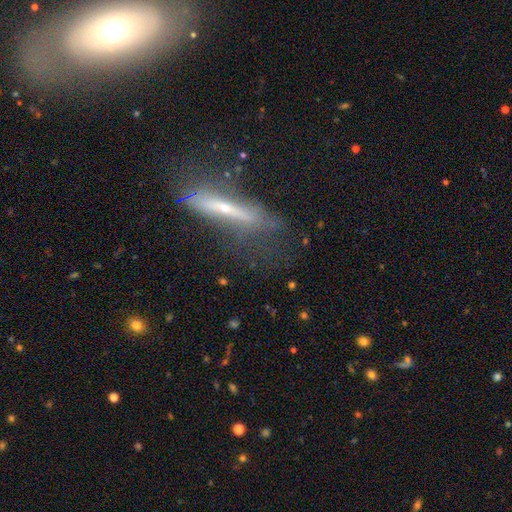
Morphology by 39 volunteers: Smooth or featured?
  - featured or disk: 49% *
  - smooth: 41%
  - star or artifact: 10%
Edge-on disk?
  - yes: 89% *
  - no: 11%
Edge-on bulge?
  - rounded: 76% *
  - none: 24%
  - boxy: 0%
Merging?
  - none: 49% *
  - major disturbance: 26%
  - minor disturbance: 23%
  - merger: 3%